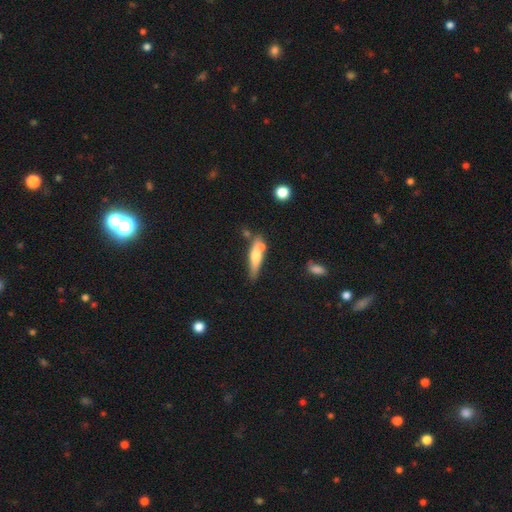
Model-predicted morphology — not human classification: Smooth or featured? Predicted: smooth (p=0.52). How rounded? Predicted: cigar-shaped (p=0.73). Merging? Predicted: none (p=0.49).